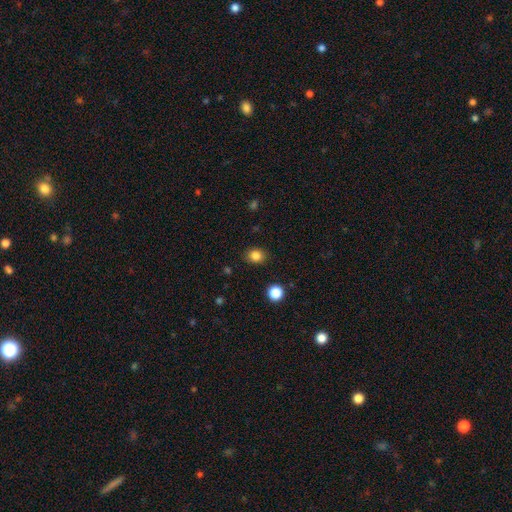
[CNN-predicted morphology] smooth 84%, star or artifact 12%, featured or disk 5%. Down the decision tree: how rounded — round (63%); merging — none (88%).